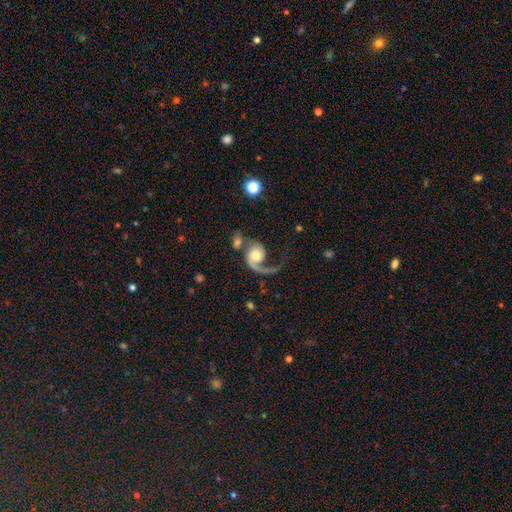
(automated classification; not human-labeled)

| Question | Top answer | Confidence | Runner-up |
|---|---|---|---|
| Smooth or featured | featured or disk | 78% | smooth (16%) |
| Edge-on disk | no | 98% | yes (2%) |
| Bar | no | 72% | weak (24%) |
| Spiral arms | yes | 93% | no (7%) |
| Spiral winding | loose | 63% | medium (28%) |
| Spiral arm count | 1 | 81% | 2 (14%) |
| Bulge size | moderate | 53% | large (20%) |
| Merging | major disturbance | 38% | none (30%) |